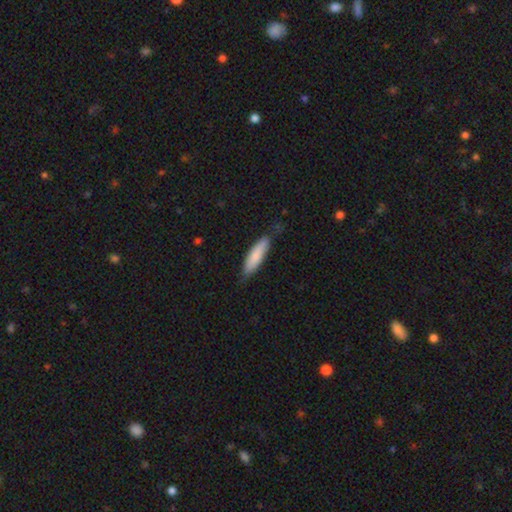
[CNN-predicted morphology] type=smooth (81%); roundness=cigar-shaped (65%); merging=none (76%).